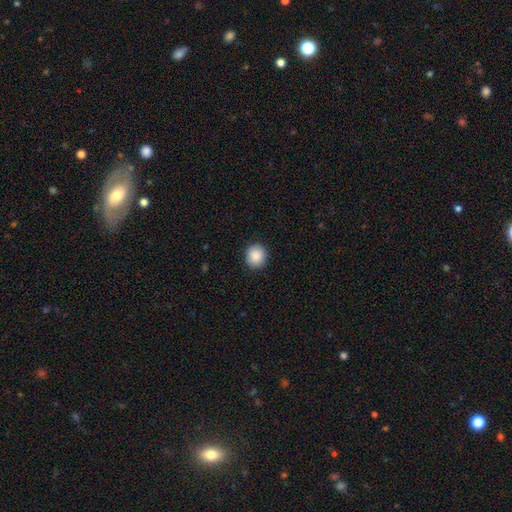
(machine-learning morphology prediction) A smooth galaxy with no disk features (89%) that is round (86%).

Vote fractions:
- Smooth or featured? smooth: 89% / star or artifact: 8% / featured or disk: 3%
- How rounded? round: 86% / in between: 13% / cigar-shaped: 1%
- Merging? none: 90% / minor disturbance: 7% / major disturbance: 2% / merger: 1%